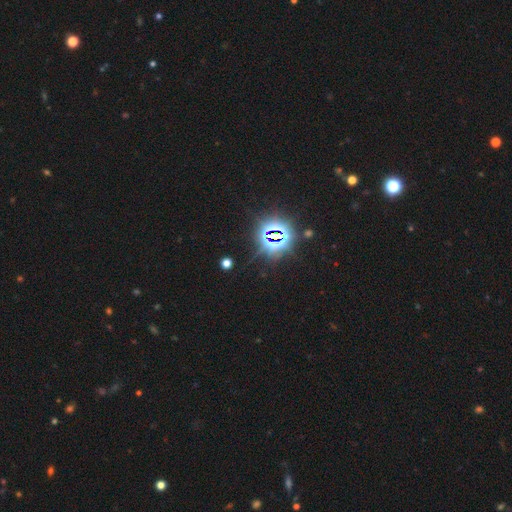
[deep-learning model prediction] star or artifact 83%, smooth 11%, featured or disk 7%.